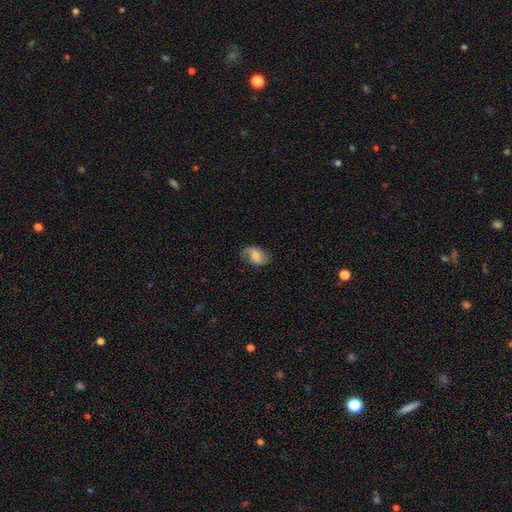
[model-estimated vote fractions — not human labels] featured or disk 54%, smooth 38%, star or artifact 8%. Down the decision tree: edge-on disk — no (96%); bar — no (54%); spiral arms — yes (89%); bulge size — moderate (50%); merging — none (71%).